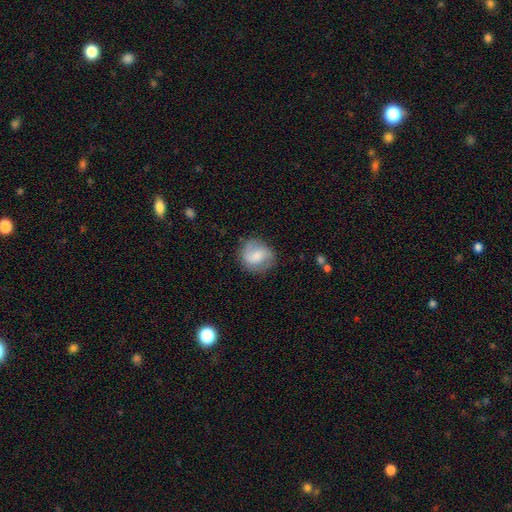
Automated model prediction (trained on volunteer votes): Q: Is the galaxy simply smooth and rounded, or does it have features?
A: smooth — 50%.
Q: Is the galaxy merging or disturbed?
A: none — 75%.